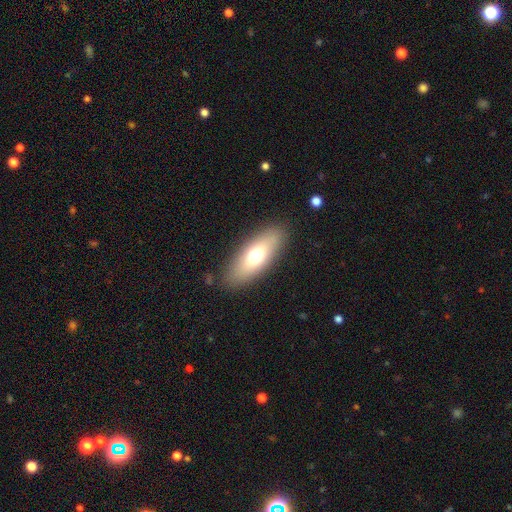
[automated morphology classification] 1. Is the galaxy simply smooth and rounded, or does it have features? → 66% smooth, 26% featured or disk, 8% star or artifact.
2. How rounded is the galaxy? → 73% in between, 24% cigar-shaped, 3% round.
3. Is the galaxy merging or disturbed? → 86% none, 9% minor disturbance, 3% major disturbance, 1% merger.